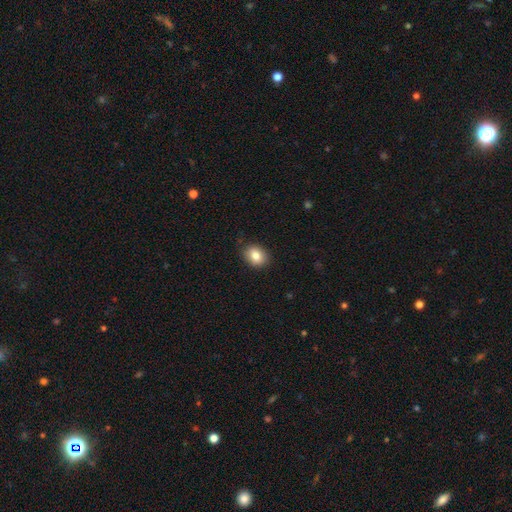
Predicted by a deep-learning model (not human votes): A smooth galaxy with no disk features (84%) that is in between round and cigar-shaped (60%). Merging: none (85%).